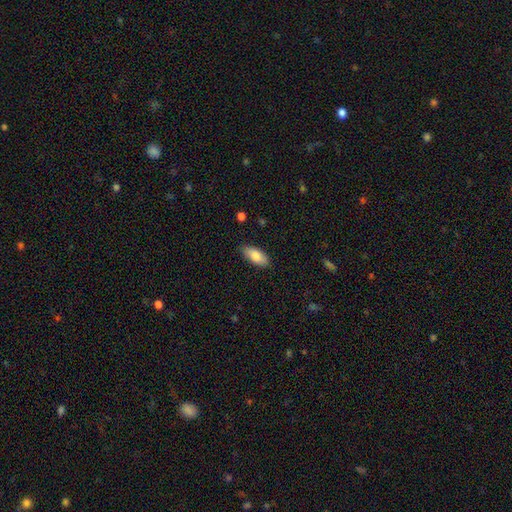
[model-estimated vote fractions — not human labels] Smooth or featured: smooth — 82% (featured or disk — 12%)
How rounded: in between — 88% (cigar-shaped — 10%)
Merging: none — 85% (minor disturbance — 12%)